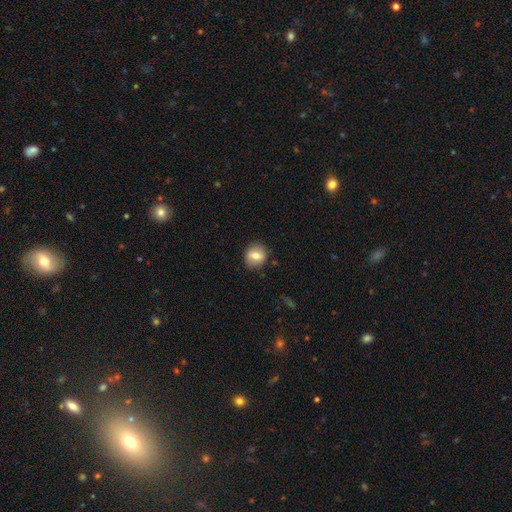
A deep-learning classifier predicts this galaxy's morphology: This appears to be a smooth galaxy with no disk features (72%) that is round (74%). Merging: none (84%).